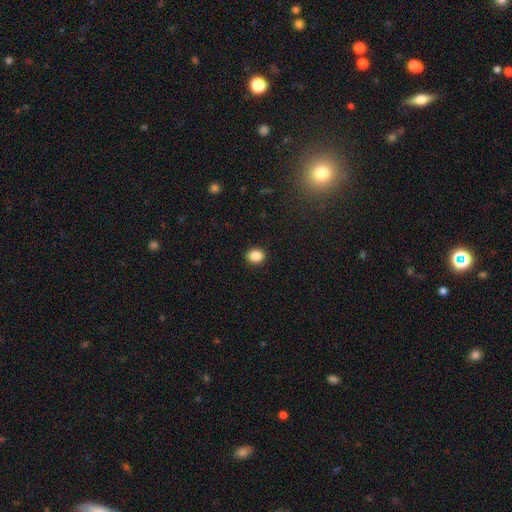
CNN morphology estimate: Overall: smooth (88%). How rounded: round (60%; in between 39%). Merging: none (91%).